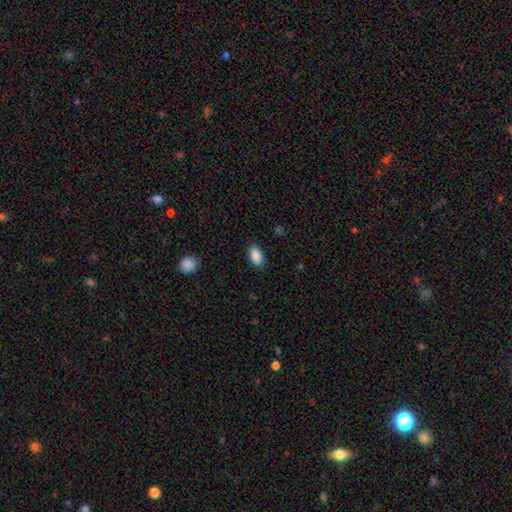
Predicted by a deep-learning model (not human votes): A smooth galaxy with no disk features (88%) that is in between round and cigar-shaped (94%).

Vote fractions:
- Smooth or featured? smooth: 88% / star or artifact: 7% / featured or disk: 4%
- How rounded? in between: 94% / round: 4% / cigar-shaped: 2%
- Merging? none: 86% / minor disturbance: 11% / major disturbance: 2% / merger: 1%